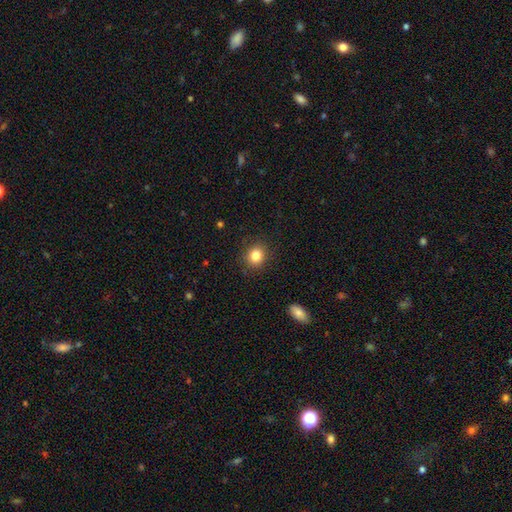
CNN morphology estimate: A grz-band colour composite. It shows a smooth galaxy with no disk features (83%) that is round (77%). Merging: none (89%).